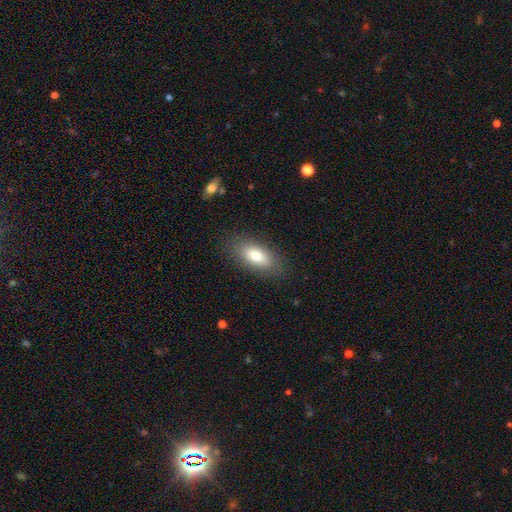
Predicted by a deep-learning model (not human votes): smooth_or_featured: smooth (p=0.76) [alt: featured or disk p=0.16]
how_rounded: in between (p=0.85) [alt: cigar-shaped p=0.11]
merging: none (p=0.85) [alt: minor disturbance p=0.11]